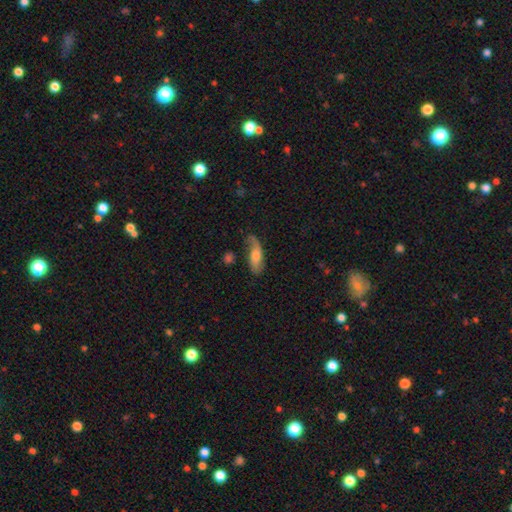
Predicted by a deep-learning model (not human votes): Smooth or featured? smooth (52%)
How rounded? in between (64%)
Merging? none (53%)